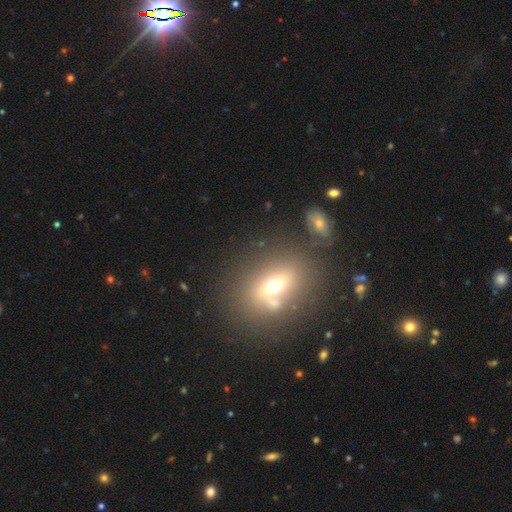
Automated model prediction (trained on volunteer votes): Smooth or featured? smooth (43%)
Merging? none (75%)